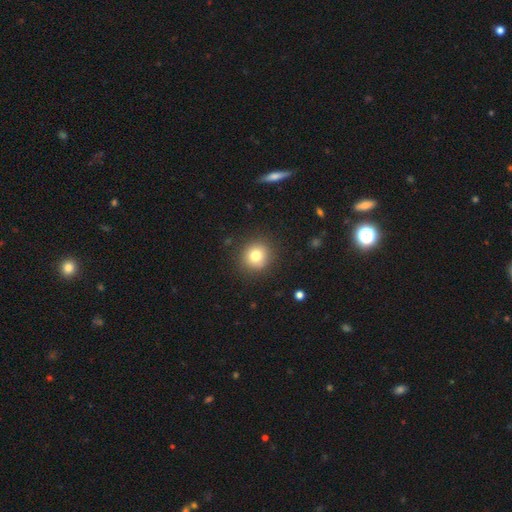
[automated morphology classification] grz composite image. It shows a smooth galaxy with no disk features (79%) that is round (90%). Merging: none (89%).